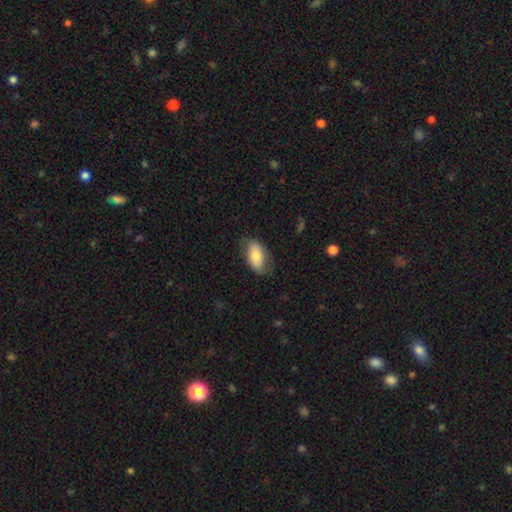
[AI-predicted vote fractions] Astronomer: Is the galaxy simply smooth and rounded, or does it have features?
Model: smooth — 76%.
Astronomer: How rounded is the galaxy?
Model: in between — 92%.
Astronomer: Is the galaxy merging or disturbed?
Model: none — 72%.